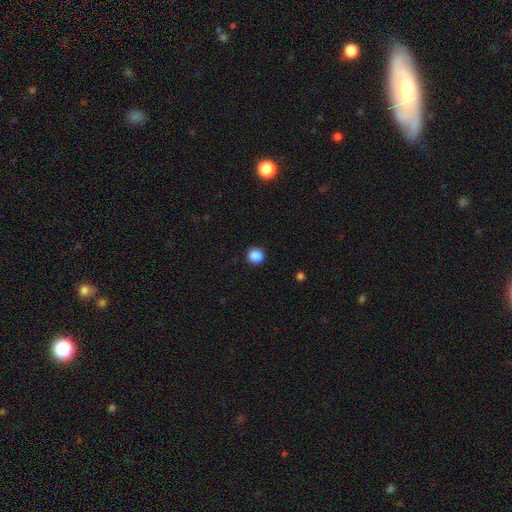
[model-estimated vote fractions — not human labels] Q: Smooth or featured?
A: smooth (88%); runner-up: star or artifact (10%)
Q: How rounded?
A: round (91%); runner-up: in between (8%)
Q: Merging?
A: none (91%); runner-up: minor disturbance (6%)